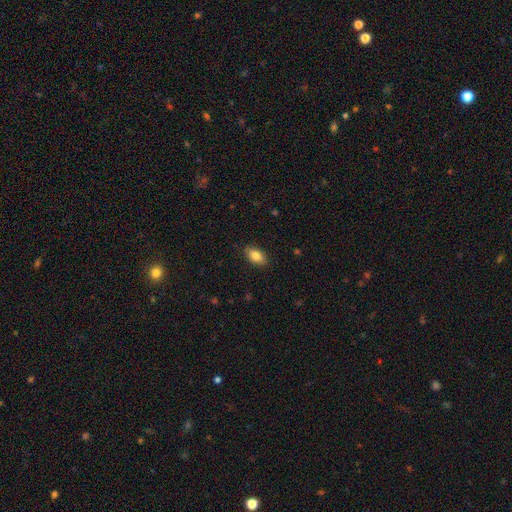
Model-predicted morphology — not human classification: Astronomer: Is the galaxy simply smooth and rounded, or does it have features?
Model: smooth — 85%.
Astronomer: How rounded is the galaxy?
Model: in between — 92%.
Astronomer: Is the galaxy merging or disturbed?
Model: none — 87%.